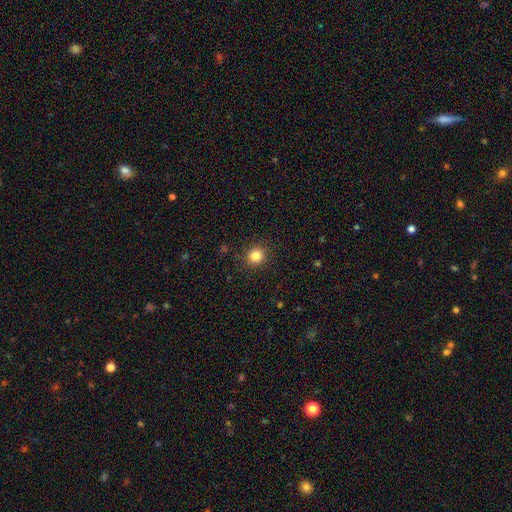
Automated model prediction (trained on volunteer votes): smooth_or_featured: smooth (p=0.84) [alt: star or artifact p=0.11]
how_rounded: round (p=0.88) [alt: in between p=0.11]
merging: none (p=0.90) [alt: minor disturbance p=0.07]